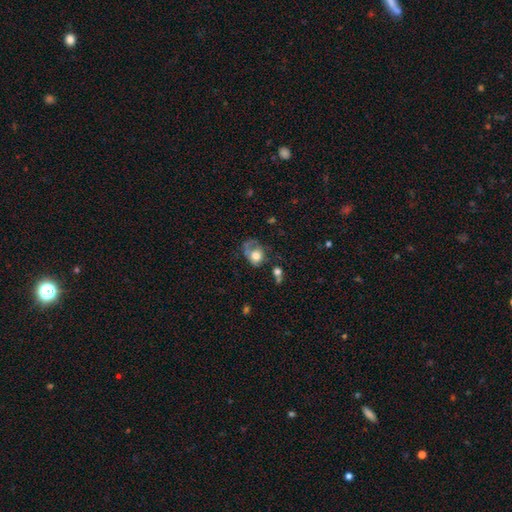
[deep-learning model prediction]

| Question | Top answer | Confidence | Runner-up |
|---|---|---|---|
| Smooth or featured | smooth | 67% | featured or disk (23%) |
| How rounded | round | 54% | in between (45%) |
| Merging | major disturbance | 36% | none (29%) |